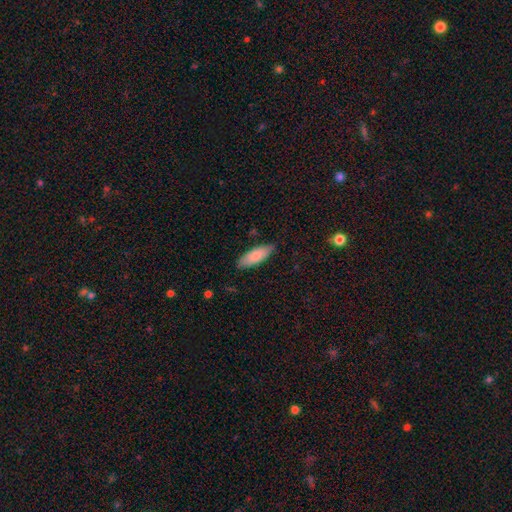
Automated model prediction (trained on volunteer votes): This is clearly a smooth galaxy (84%). How rounded: likely in between (70%). Merging: clearly none (84%).